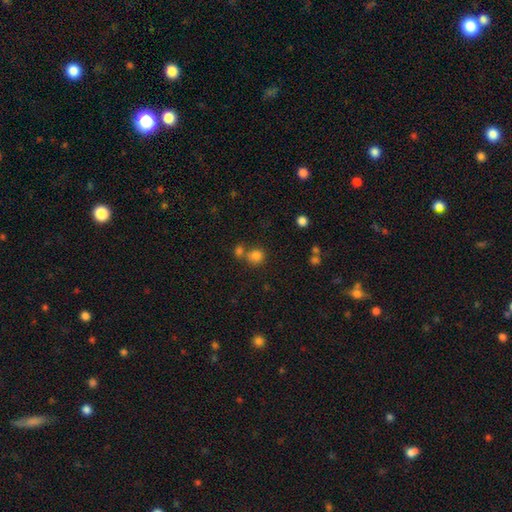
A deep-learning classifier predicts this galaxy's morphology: A smooth galaxy with no disk features (80%) that is round (79%).

Vote fractions:
- Smooth or featured? smooth: 80% / star or artifact: 14% / featured or disk: 7%
- How rounded? round: 79% / in between: 20% / cigar-shaped: 1%
- Merging? none: 57% / merger: 30% / minor disturbance: 9% / major disturbance: 4%